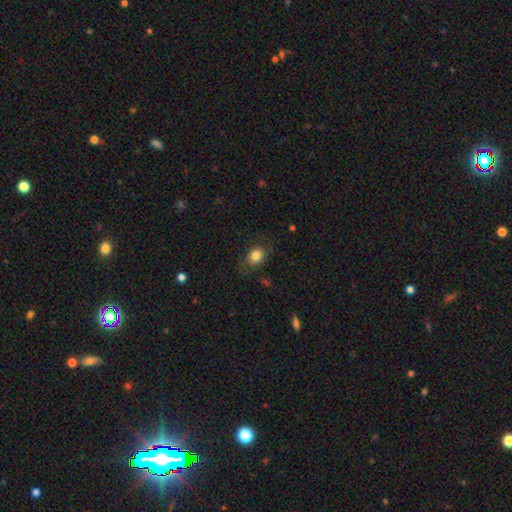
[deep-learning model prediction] Smooth or featured? smooth (81%)
How rounded? in between (62%)
Merging? none (72%)